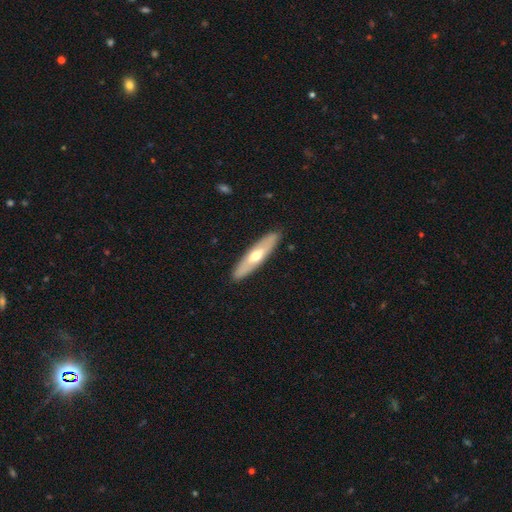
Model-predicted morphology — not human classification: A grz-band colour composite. It shows a featured or disk galaxy (49%). Merging: none (90%).